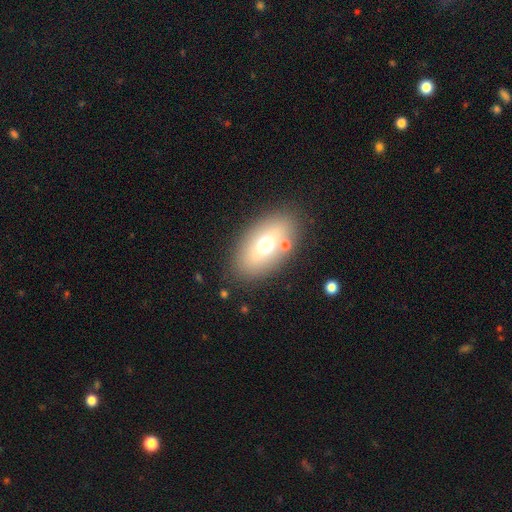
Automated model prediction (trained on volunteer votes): Smooth or featured: smooth — 62% (featured or disk — 28%)
How rounded: in between — 88% (round — 9%)
Merging: none — 80% (minor disturbance — 11%)